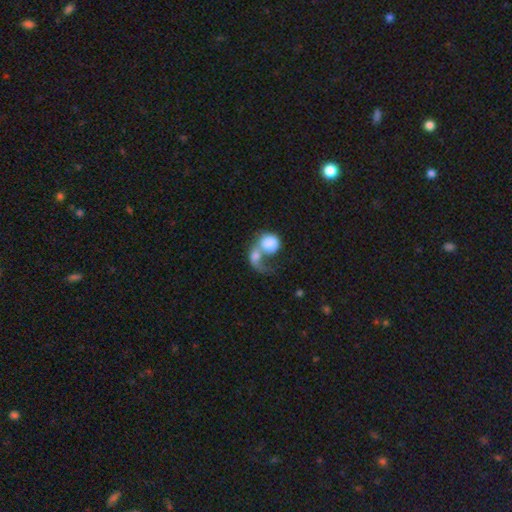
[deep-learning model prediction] This is likely a smooth galaxy (61%). How rounded: likely round (66%). Merging: likely merger (68%).